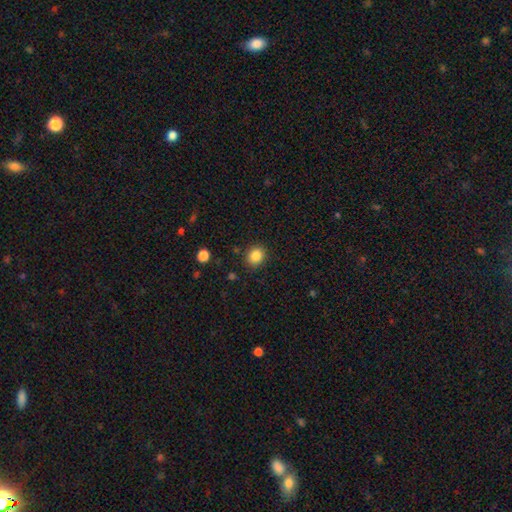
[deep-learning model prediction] Smooth or featured?
  - smooth: 86% *
  - star or artifact: 10%
  - featured or disk: 4%
How rounded?
  - round: 72% *
  - in between: 27%
  - cigar-shaped: 1%
Merging?
  - none: 87% *
  - minor disturbance: 9%
  - major disturbance: 3%
  - merger: 2%